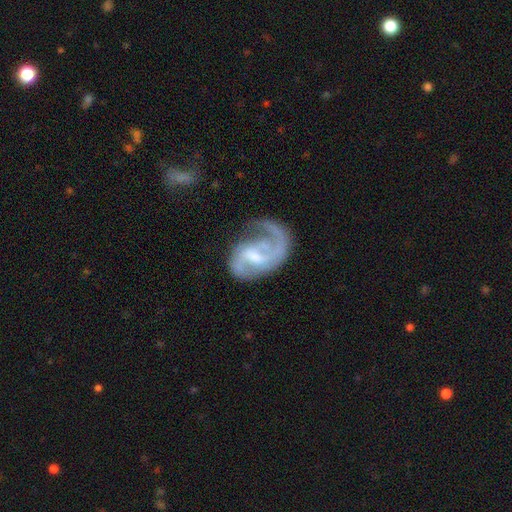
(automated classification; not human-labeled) The model was most divided on "bulge size": small: 43%, moderate: 42%, none: 10%, large: 4%, dominant: 1%. Remaining: edge-on disk — no (98%); spiral arms — yes (95%); smooth or featured — featured or disk (87%); bar — weak (59%); spiral winding — medium (47%); spiral arm count — 2 (46%); merging — none (45%).